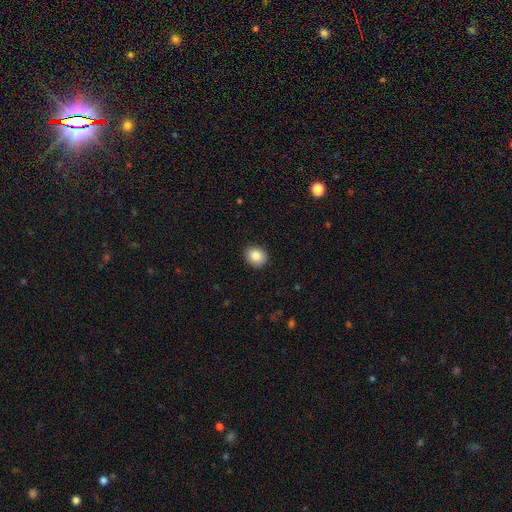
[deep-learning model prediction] smooth 87%, star or artifact 9%, featured or disk 5%. Down the decision tree: how rounded — round (70%); merging — none (90%).